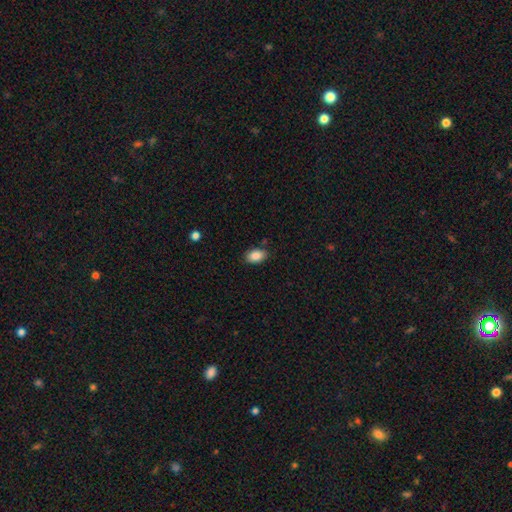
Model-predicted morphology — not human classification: A smooth galaxy with no disk features (87%) that is in between round and cigar-shaped (88%). Merging: none (83%).